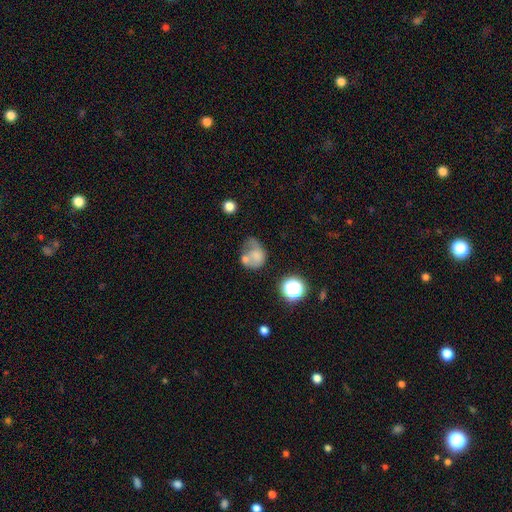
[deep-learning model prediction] This is likely a smooth galaxy (61%). How rounded: possibly round (56%). Merging: marginally major disturbance (27%).